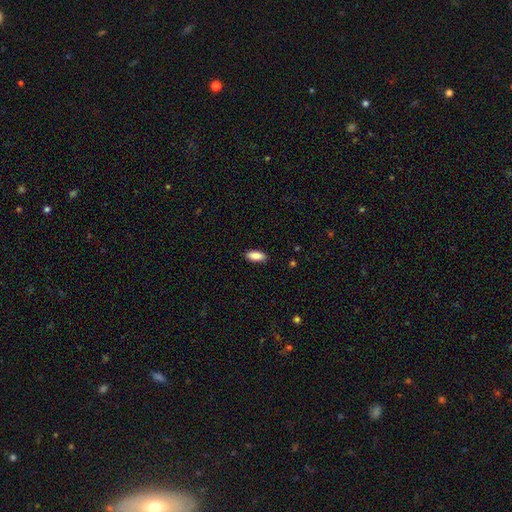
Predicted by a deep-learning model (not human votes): smooth-or-featured: smooth: 89% | star or artifact: 6% | featured or disk: 5%
  how-rounded: in between: 82% | cigar-shaped: 16% | round: 2%
  merging: none: 88% | minor disturbance: 9% | major disturbance: 2% | merger: 1%